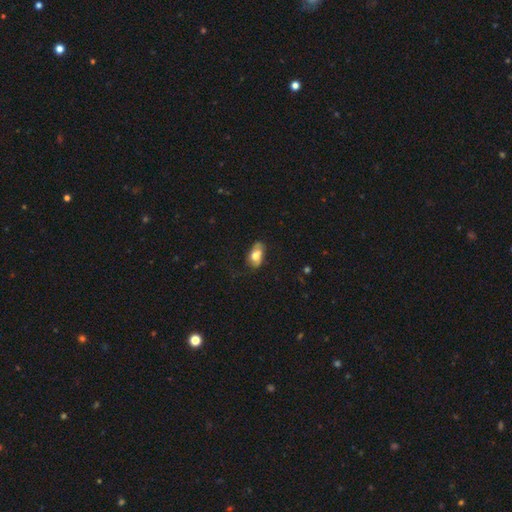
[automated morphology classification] A smooth galaxy with no disk features (64%) that is in between round and cigar-shaped (88%).

Vote fractions:
- Smooth or featured? smooth: 64% / featured or disk: 28% / star or artifact: 8%
- How rounded? in between: 88% / round: 9% / cigar-shaped: 3%
- Merging? none: 54% / minor disturbance: 31% / major disturbance: 12% / merger: 3%